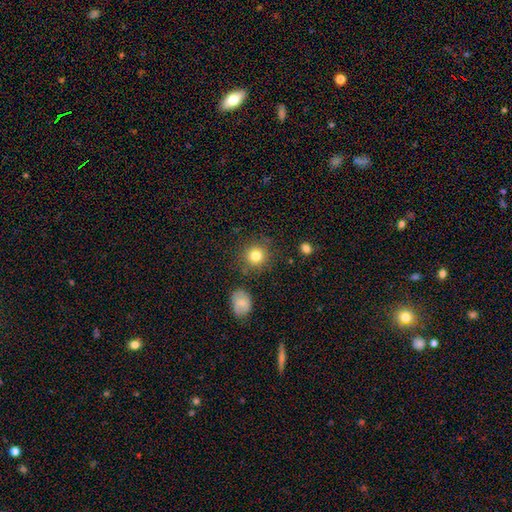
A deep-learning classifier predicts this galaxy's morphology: type=smooth (81%); roundness=round (91%); merging=none (83%).